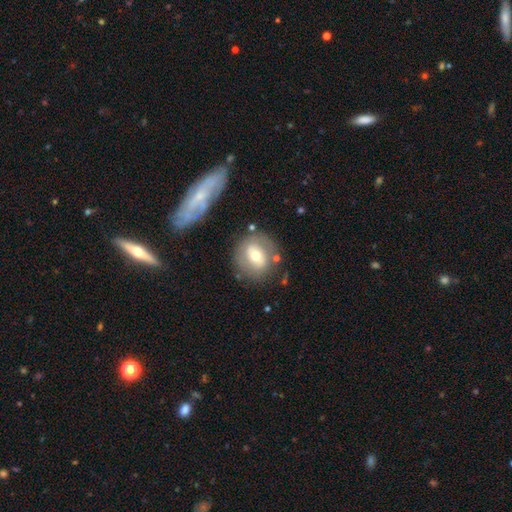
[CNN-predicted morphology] Smooth or featured: smooth — 52% (featured or disk — 40%)
How rounded: round — 78% (in between — 21%)
Merging: none — 72% (minor disturbance — 14%)